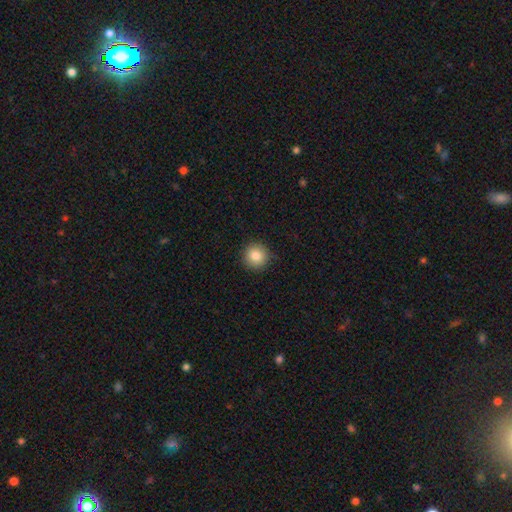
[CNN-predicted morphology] Smooth or featured? smooth (84%)
How rounded? round (94%)
Merging? none (89%)